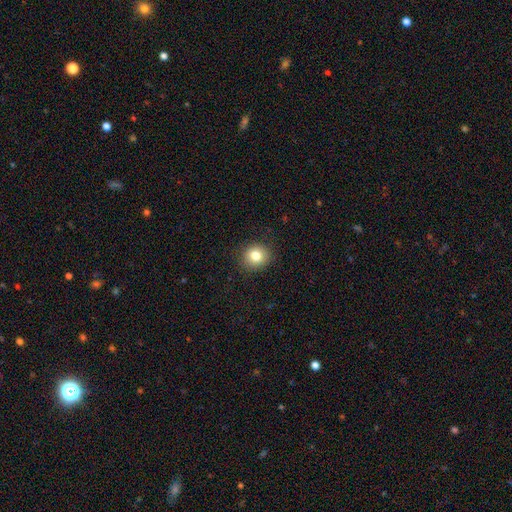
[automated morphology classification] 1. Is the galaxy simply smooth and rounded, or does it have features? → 80% smooth, 11% star or artifact, 8% featured or disk.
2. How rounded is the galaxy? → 85% round, 14% in between, 1% cigar-shaped.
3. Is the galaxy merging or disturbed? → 89% none, 7% minor disturbance, 2% major disturbance, 1% merger.